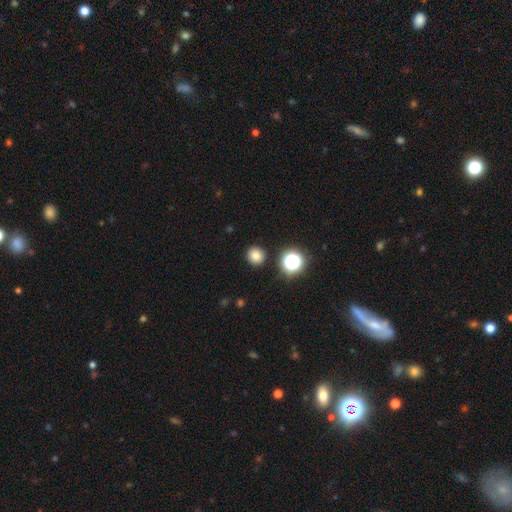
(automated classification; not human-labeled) Smooth or featured? Predicted: smooth (p=0.79). How rounded? Predicted: round (p=0.94). Merging? Predicted: none (p=0.91).